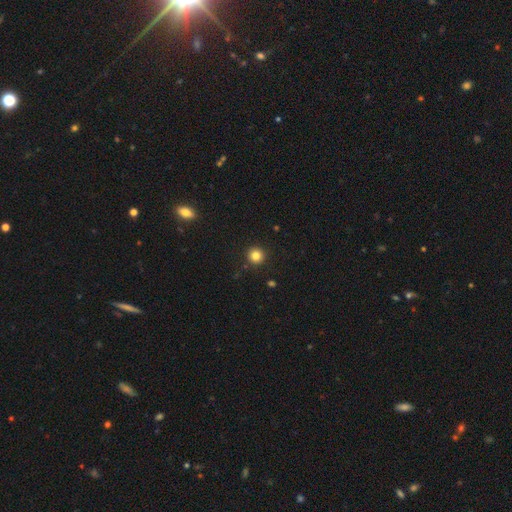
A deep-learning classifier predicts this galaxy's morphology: smooth 83%, star or artifact 12%, featured or disk 5%. Down the decision tree: how rounded — round (95%); merging — none (92%).